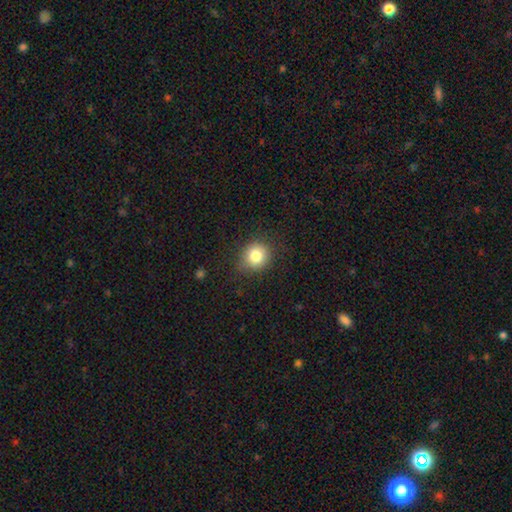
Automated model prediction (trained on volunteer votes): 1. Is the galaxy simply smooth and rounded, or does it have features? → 82% smooth, 11% star or artifact, 8% featured or disk.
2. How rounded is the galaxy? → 86% round, 13% in between, 1% cigar-shaped.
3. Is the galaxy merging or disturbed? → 83% none, 12% minor disturbance, 4% major disturbance, 1% merger.